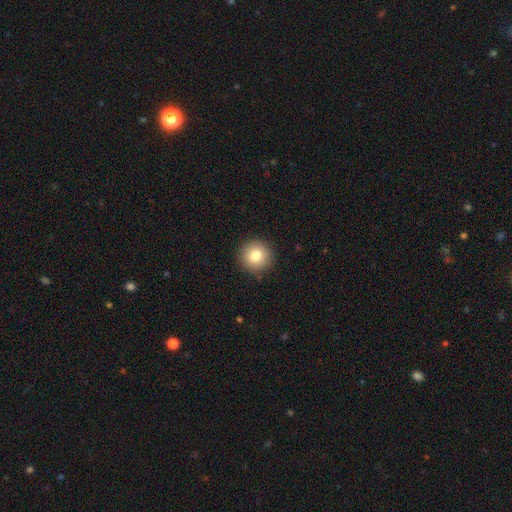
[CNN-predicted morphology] Smooth or featured? Predicted: smooth (p=0.81). How rounded? Predicted: round (p=0.95). Merging? Predicted: none (p=0.91).